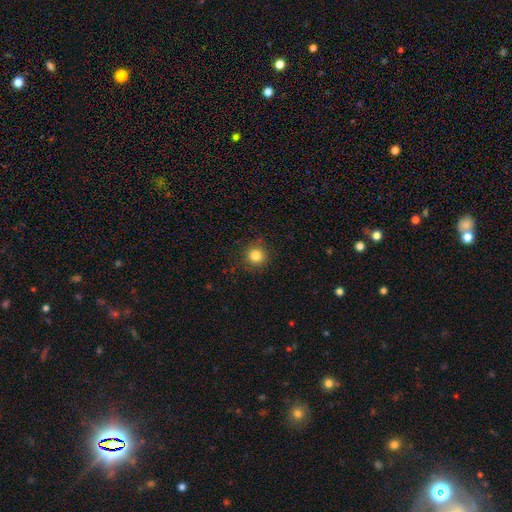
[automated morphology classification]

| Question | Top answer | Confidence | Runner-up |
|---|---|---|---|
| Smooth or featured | smooth | 84% | star or artifact (11%) |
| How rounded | round | 93% | in between (6%) |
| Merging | none | 87% | minor disturbance (9%) |